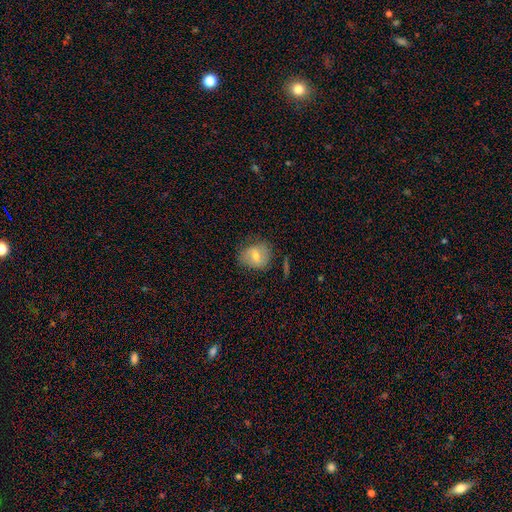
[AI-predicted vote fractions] smooth 60%, featured or disk 30%, star or artifact 10%. Down the decision tree: how rounded — round (62%); merging — none (68%).